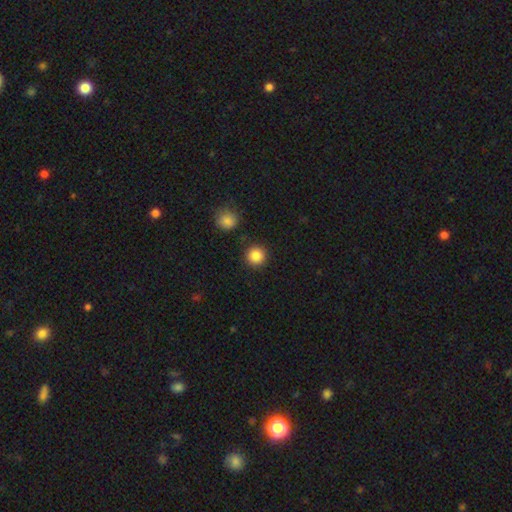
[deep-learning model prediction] Overall: smooth (86%). How rounded: round (95%). Merging: none (90%).